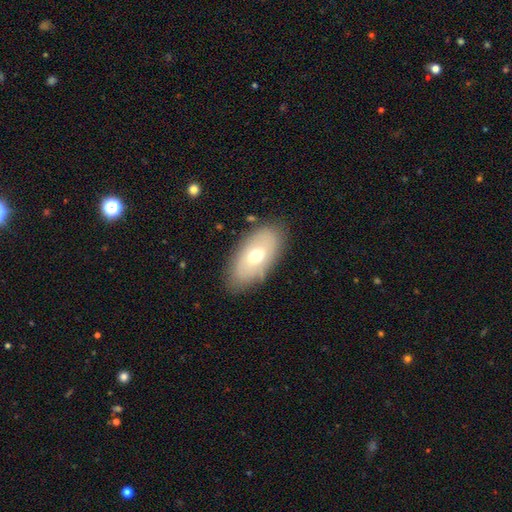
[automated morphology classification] A smooth galaxy with no disk features (57%) that is in between round and cigar-shaped (92%). Merging: none (78%).